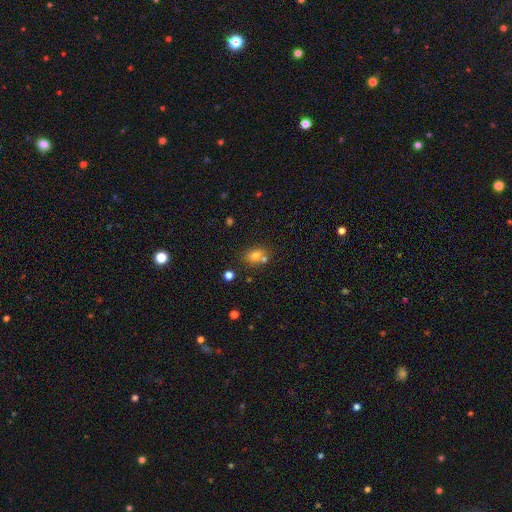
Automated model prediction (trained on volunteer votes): This is likely a smooth galaxy (72%). How rounded: possibly in between (60%). Merging: possibly none (56%).